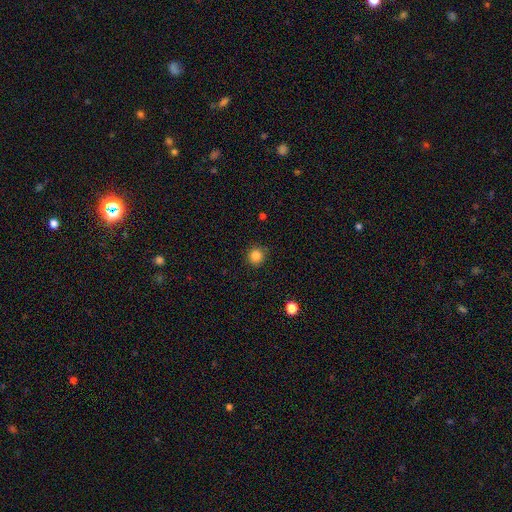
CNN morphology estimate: A smooth galaxy with no disk features (85%) that is round (92%).

Vote fractions:
- Smooth or featured? smooth: 85% / star or artifact: 11% / featured or disk: 4%
- How rounded? round: 92% / in between: 7% / cigar-shaped: 1%
- Merging? none: 88% / minor disturbance: 8% / major disturbance: 2% / merger: 1%